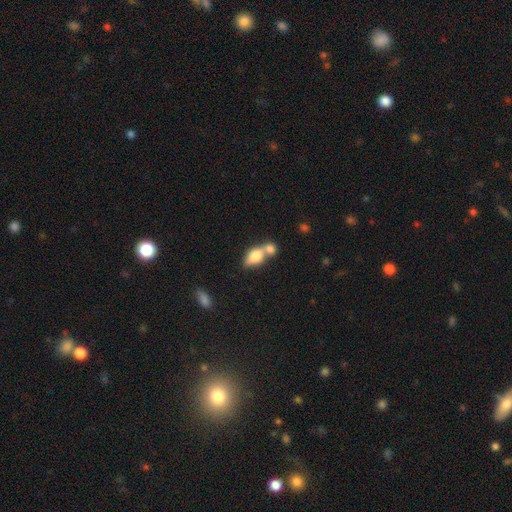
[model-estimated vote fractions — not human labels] Smooth or featured? Predicted: smooth (p=0.72). How rounded? Predicted: in between (p=0.76). Merging? Predicted: merger (p=0.62).